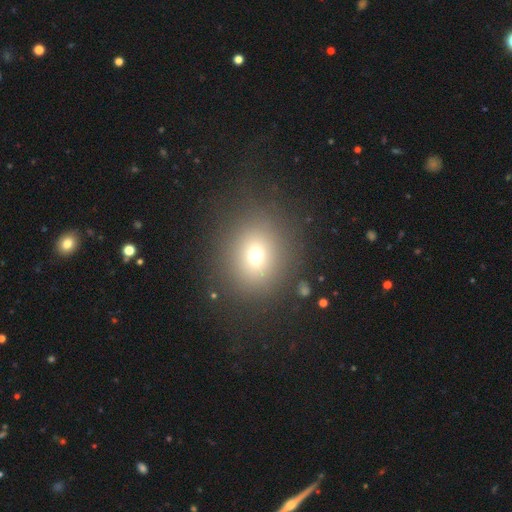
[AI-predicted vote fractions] Q: Smooth or featured?
A: smooth (69%); runner-up: star or artifact (19%)
Q: How rounded?
A: round (77%); runner-up: in between (22%)
Q: Merging?
A: none (82%); runner-up: minor disturbance (9%)